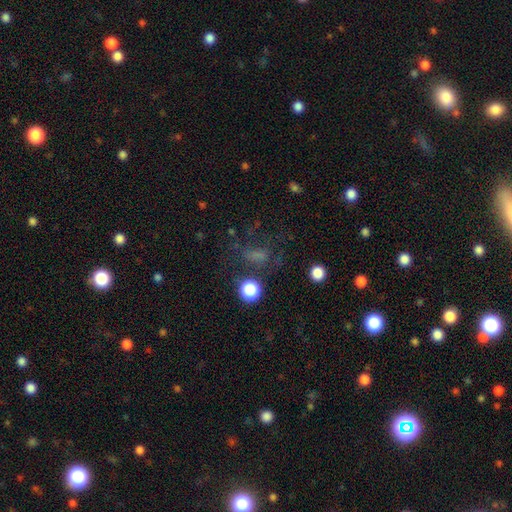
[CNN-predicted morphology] This appears to be a smooth galaxy with no disk features (51%) that is in between round and cigar-shaped (54%). Merging: none (55%).